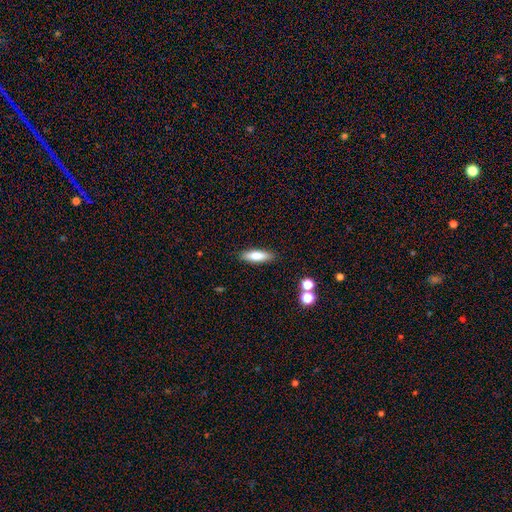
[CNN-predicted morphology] This appears to be a smooth galaxy with no disk features (75%) that is cigar-shaped (58%). Merging: none (88%).